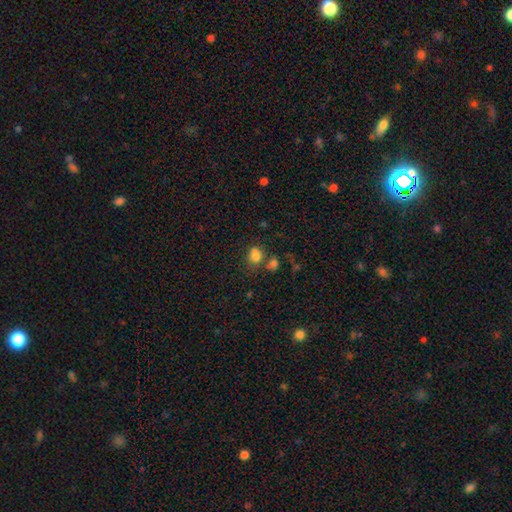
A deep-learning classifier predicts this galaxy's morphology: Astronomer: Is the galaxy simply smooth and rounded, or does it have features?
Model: smooth — 78%.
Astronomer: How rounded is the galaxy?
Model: in between — 55% (runner-up: round, 43%).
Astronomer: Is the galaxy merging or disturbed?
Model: none — 47% (runner-up: merger, 30%).